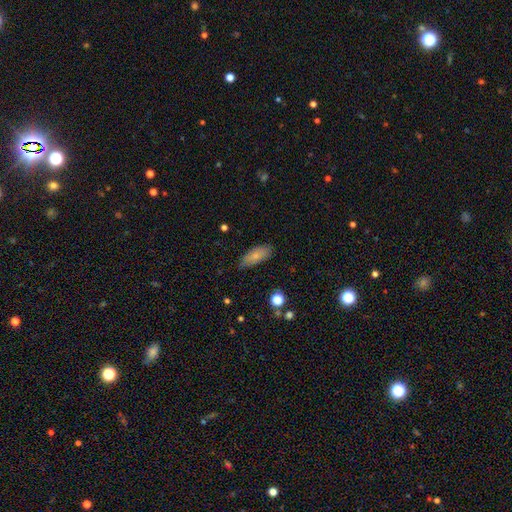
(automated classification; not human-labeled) smooth_or_featured: smooth (p=0.79) [alt: featured or disk p=0.14]
how_rounded: in between (p=0.79) [alt: cigar-shaped p=0.18]
merging: none (p=0.82) [alt: minor disturbance p=0.14]